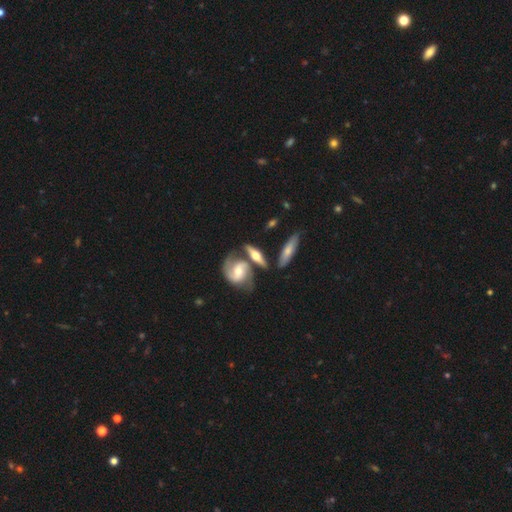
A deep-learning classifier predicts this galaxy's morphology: A featured or disk galaxy (68%).

Vote fractions:
- Smooth or featured? featured or disk: 68% / smooth: 26% / star or artifact: 6%
- Edge-on disk? no: 70% / yes: 30%
- Merging? none: 51% / merger: 27% / minor disturbance: 16% / major disturbance: 7%